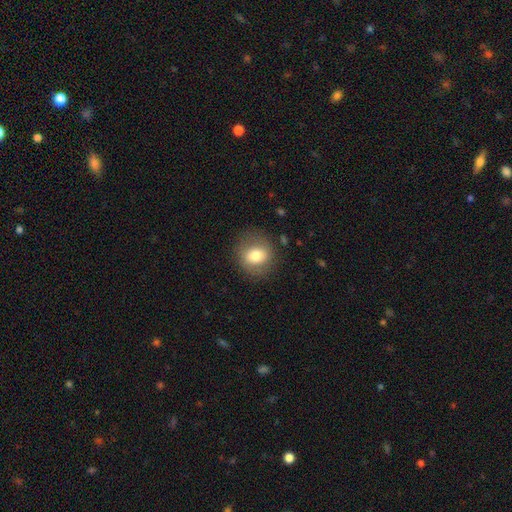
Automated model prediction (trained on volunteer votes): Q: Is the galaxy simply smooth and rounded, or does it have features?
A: smooth — 74%.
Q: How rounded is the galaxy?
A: round — 75%.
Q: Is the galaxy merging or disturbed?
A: none — 81%.